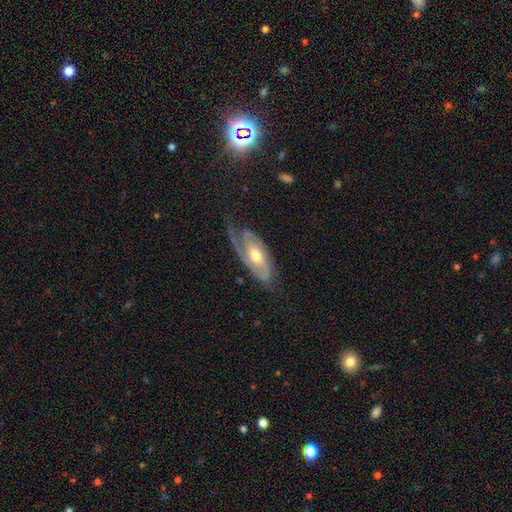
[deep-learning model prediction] Q: Smooth or featured?
A: featured or disk (83%); runner-up: smooth (12%)
Q: Edge-on disk?
A: no (92%); runner-up: yes (8%)
Q: Bar?
A: no (56%); runner-up: weak (33%)
Q: Spiral arms?
A: yes (95%); runner-up: no (5%)
Q: Spiral winding?
A: tight (48%); runner-up: medium (38%)
Q: Spiral arm count?
A: 2 (55%); runner-up: 1 (27%)
Q: Bulge size?
A: moderate (71%); runner-up: small (20%)
Q: Merging?
A: none (58%); runner-up: minor disturbance (23%)